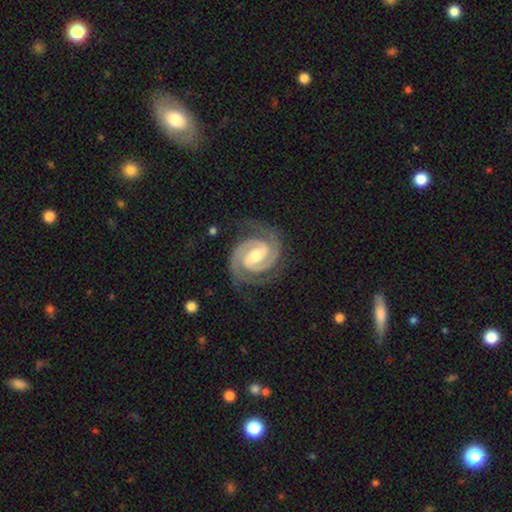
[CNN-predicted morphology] Smooth or featured? featured or disk (94%)
Edge-on disk? no (98%)
Bar? strong (44%)
Spiral arms? yes (99%)
Spiral winding? tight (66%)
Spiral arm count? 2 (93%)
Bulge size? moderate (68%)
Merging? none (81%)